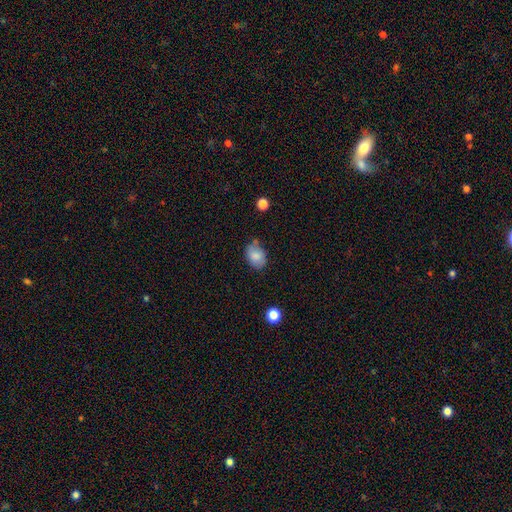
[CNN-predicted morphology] smooth 84%, star or artifact 8%, featured or disk 8%. Down the decision tree: how rounded — in between (73%); merging — none (65%).